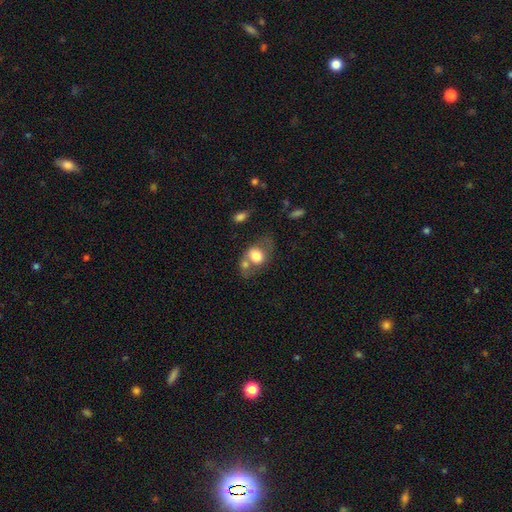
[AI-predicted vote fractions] Smooth or featured? Predicted: smooth (p=0.71). How rounded? Predicted: in between (p=0.52). Merging? Predicted: none (p=0.36).